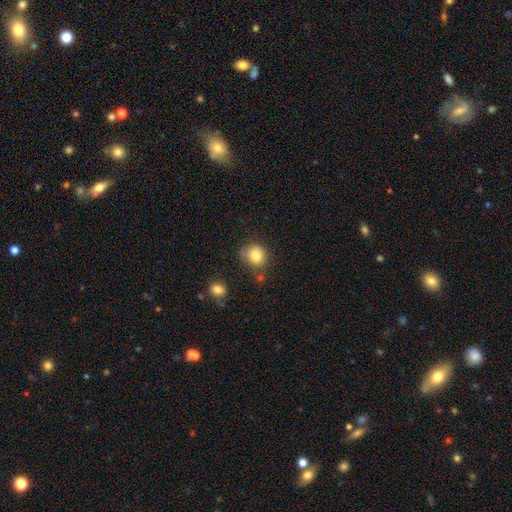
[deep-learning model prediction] Smooth or featured?
  - smooth: 83% *
  - star or artifact: 10%
  - featured or disk: 7%
How rounded?
  - round: 80% *
  - in between: 19%
  - cigar-shaped: 1%
Merging?
  - none: 60% *
  - minor disturbance: 24%
  - merger: 8%
  - major disturbance: 7%